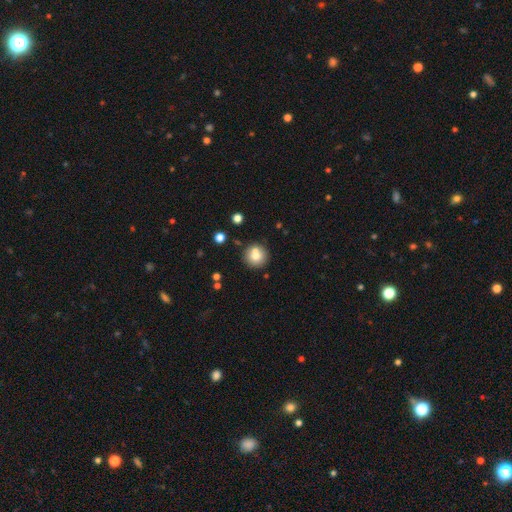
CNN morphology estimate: Overall: smooth (75%). How rounded: round (93%). Merging: none (71%).